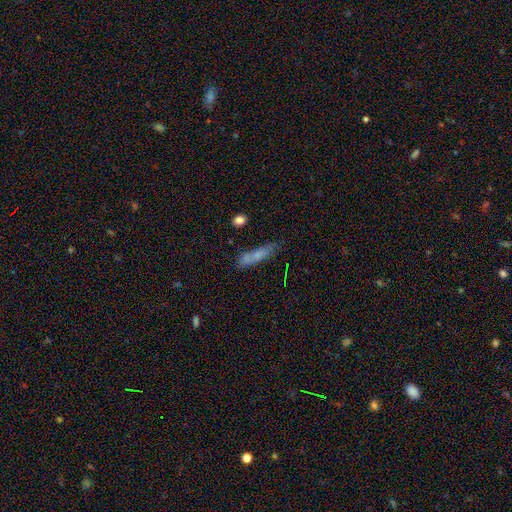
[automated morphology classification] Overall: smooth (66%). How rounded: cigar-shaped (79%). Merging: none (59%; minor disturbance 22%).